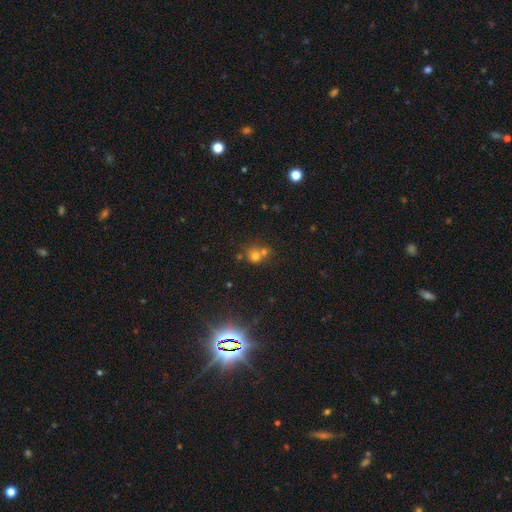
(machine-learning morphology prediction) Q: Smooth or featured?
A: smooth (67%); runner-up: star or artifact (20%)
Q: How rounded?
A: round (84%); runner-up: in between (15%)
Q: Merging?
A: merger (46%); runner-up: none (43%)